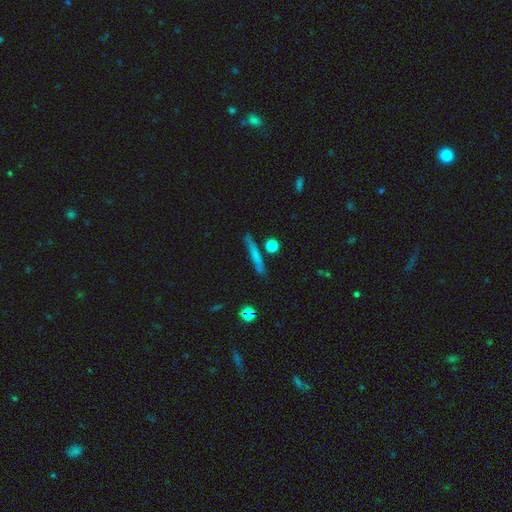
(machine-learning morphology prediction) type=smooth (61%); roundness=cigar-shaped (92%); merging=none (83%).